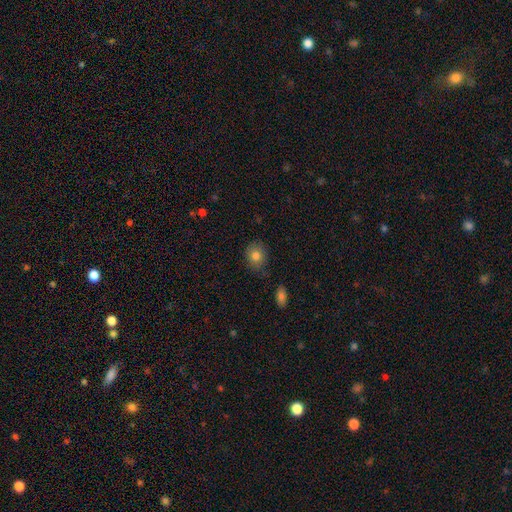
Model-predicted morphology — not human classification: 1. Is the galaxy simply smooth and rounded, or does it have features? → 81% smooth, 10% star or artifact, 9% featured or disk.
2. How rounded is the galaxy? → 69% round, 30% in between, 1% cigar-shaped.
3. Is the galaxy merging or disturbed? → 79% none, 16% minor disturbance, 3% major disturbance, 2% merger.